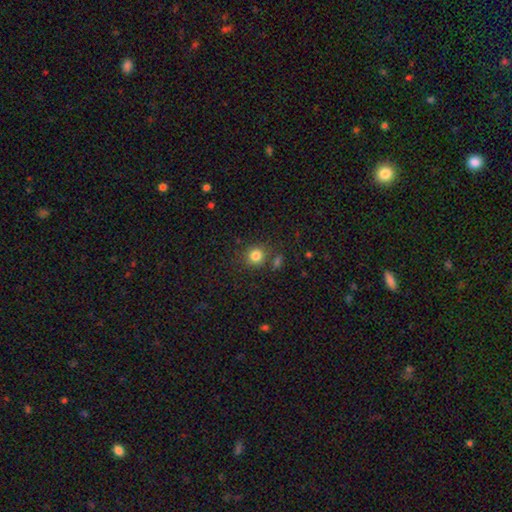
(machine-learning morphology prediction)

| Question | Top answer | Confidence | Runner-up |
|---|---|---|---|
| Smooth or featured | smooth | 83% | star or artifact (12%) |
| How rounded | round | 87% | in between (12%) |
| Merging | none | 79% | minor disturbance (9%) |